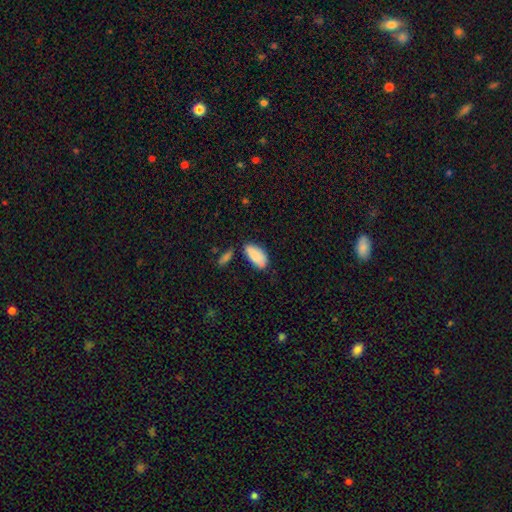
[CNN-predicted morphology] smooth 86%, featured or disk 7%, star or artifact 7%. Down the decision tree: how rounded — in between (92%); merging — none (58%).